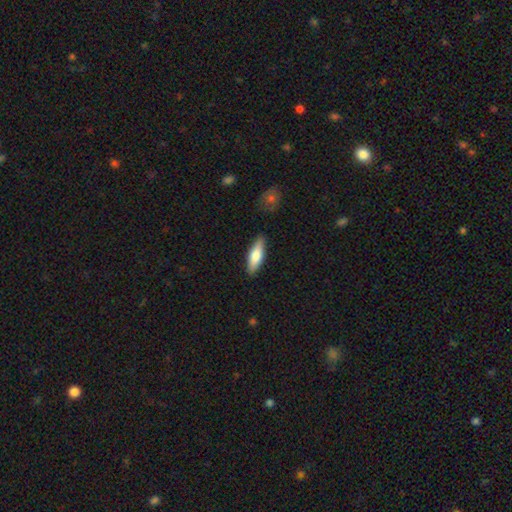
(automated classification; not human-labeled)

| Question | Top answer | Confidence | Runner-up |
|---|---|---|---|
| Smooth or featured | smooth | 73% | featured or disk (22%) |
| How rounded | cigar-shaped | 50% | in between (48%) |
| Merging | none | 88% | minor disturbance (9%) |